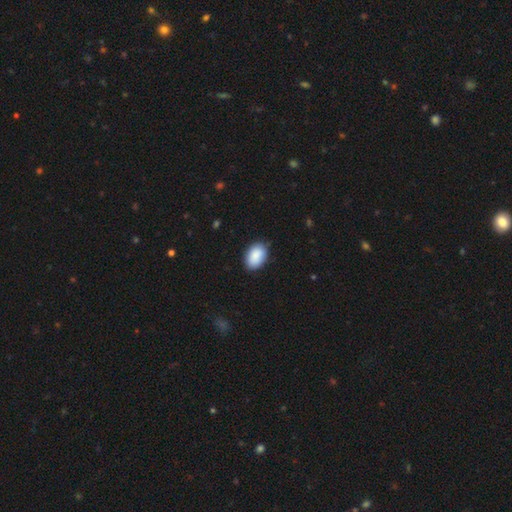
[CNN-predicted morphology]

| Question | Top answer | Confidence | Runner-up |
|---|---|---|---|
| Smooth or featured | smooth | 90% | star or artifact (6%) |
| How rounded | in between | 89% | round (10%) |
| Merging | none | 84% | minor disturbance (13%) |